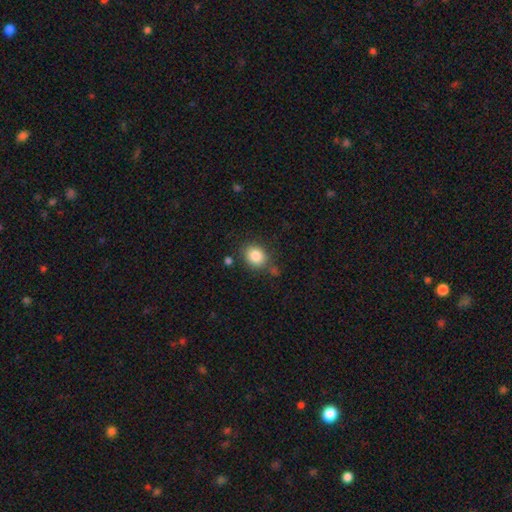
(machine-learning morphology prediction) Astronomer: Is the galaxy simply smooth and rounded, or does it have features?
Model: smooth — 85%.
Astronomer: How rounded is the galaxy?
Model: round — 65%.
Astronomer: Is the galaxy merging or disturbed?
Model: none — 75%.